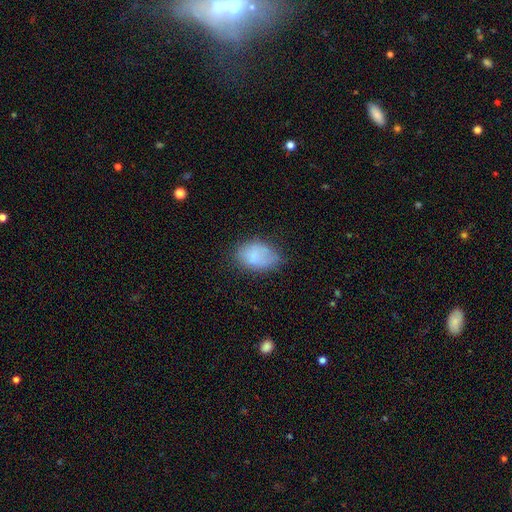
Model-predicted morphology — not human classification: Smooth or featured? smooth (78%)
How rounded? in between (85%)
Merging? none (56%)